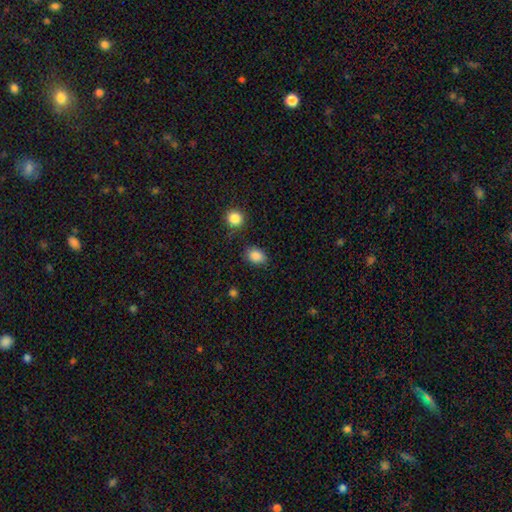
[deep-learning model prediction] Smooth or featured? Predicted: smooth (p=0.87). How rounded? Predicted: in between (p=0.70). Merging? Predicted: none (p=0.80).